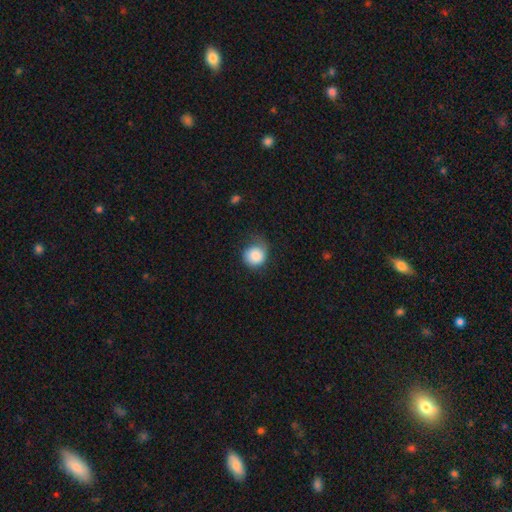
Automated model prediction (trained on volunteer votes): Q: Smooth or featured?
A: smooth (86%); runner-up: star or artifact (7%)
Q: How rounded?
A: round (81%); runner-up: in between (18%)
Q: Merging?
A: none (49%); runner-up: minor disturbance (34%)